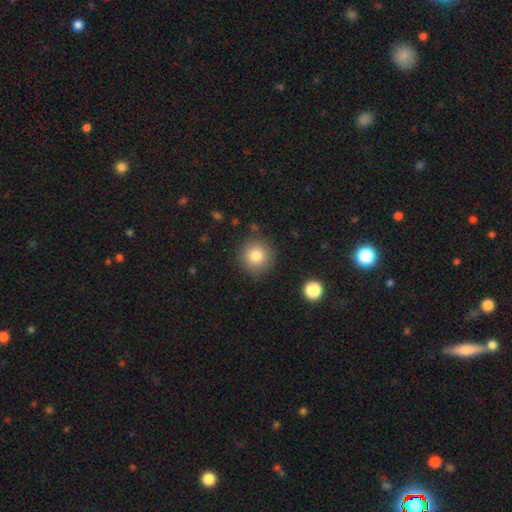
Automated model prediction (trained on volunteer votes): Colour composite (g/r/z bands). It shows a smooth galaxy with no disk features (80%) that is round (94%). Merging: none (86%).